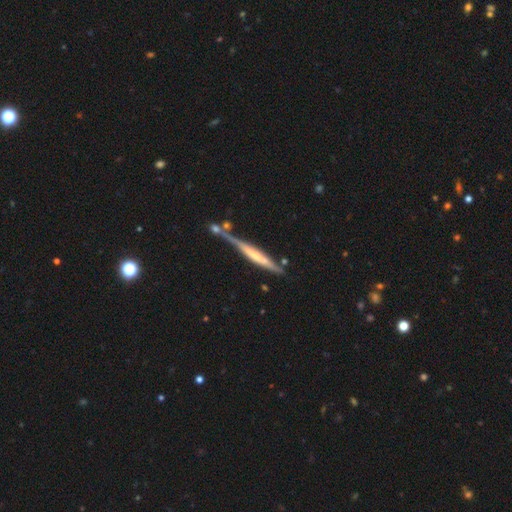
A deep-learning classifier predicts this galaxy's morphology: This appears to be a featured or disk galaxy (62%) viewed edge-on (92%) with no central bulge (43%). Merging: none (53%).